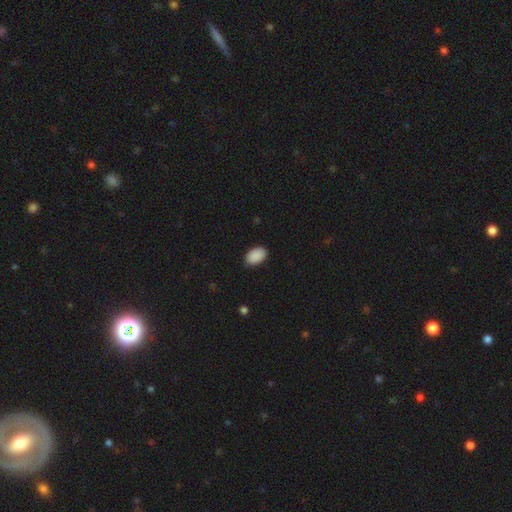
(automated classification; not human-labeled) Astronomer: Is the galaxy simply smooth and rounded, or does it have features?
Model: smooth — 90%.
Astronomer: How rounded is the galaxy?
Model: in between — 91%.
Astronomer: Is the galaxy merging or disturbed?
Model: none — 84%.